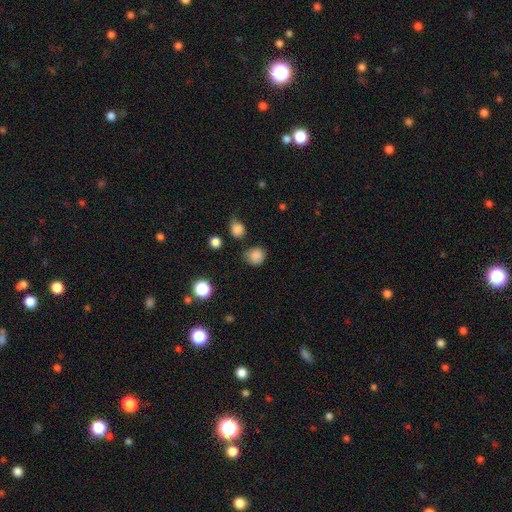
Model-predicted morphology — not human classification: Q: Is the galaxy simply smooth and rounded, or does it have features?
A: smooth — 83%.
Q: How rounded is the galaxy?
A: round — 84%.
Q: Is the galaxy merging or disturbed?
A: none — 68%.